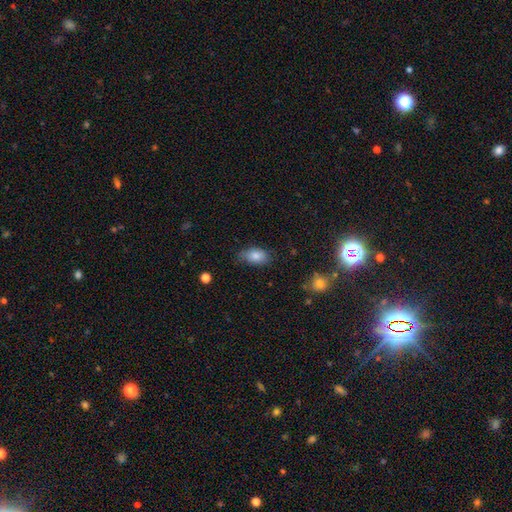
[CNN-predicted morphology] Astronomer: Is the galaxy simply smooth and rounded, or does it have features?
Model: smooth — 82%.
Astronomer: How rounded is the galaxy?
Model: in between — 89%.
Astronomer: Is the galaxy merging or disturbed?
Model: none — 69%.